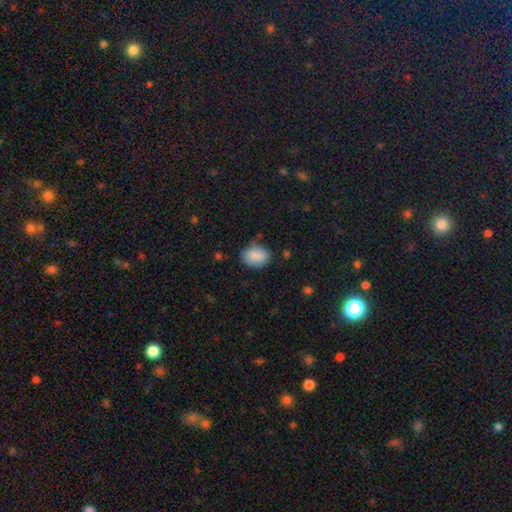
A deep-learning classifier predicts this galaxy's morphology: A smooth galaxy with no disk features (87%) that is in between round and cigar-shaped (73%).

Vote fractions:
- Smooth or featured? smooth: 87% / star or artifact: 8% / featured or disk: 5%
- How rounded? in between: 73% / round: 26% / cigar-shaped: 1%
- Merging? none: 71% / minor disturbance: 22% / major disturbance: 5% / merger: 3%